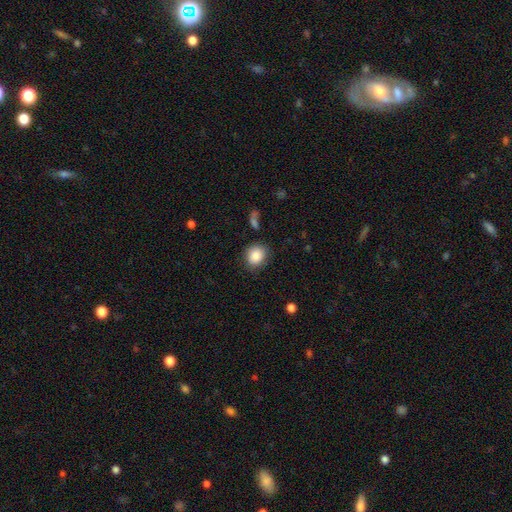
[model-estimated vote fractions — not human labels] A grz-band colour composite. It shows a smooth galaxy with no disk features (87%) that is round (69%). Merging: none (82%).